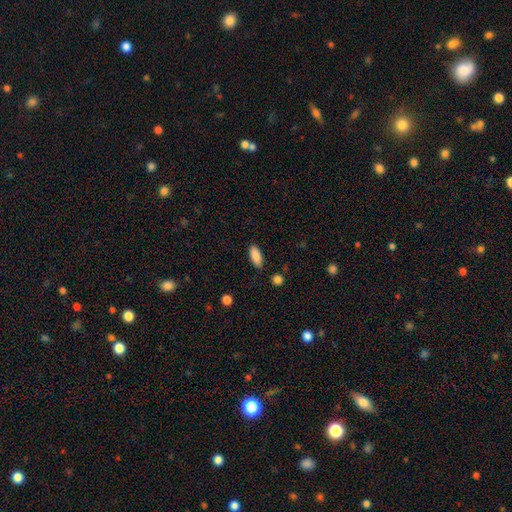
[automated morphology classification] A smooth galaxy with no disk features (89%) that is in between round and cigar-shaped (81%). Merging: none (86%).